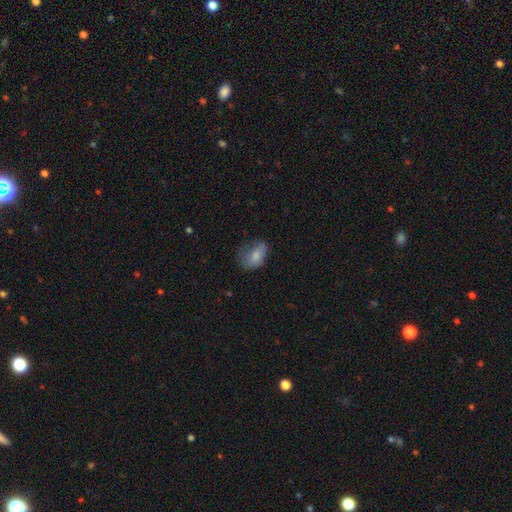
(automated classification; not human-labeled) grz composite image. It shows a smooth galaxy with no disk features (78%) that is in between round and cigar-shaped (81%). Merging: none (42%).